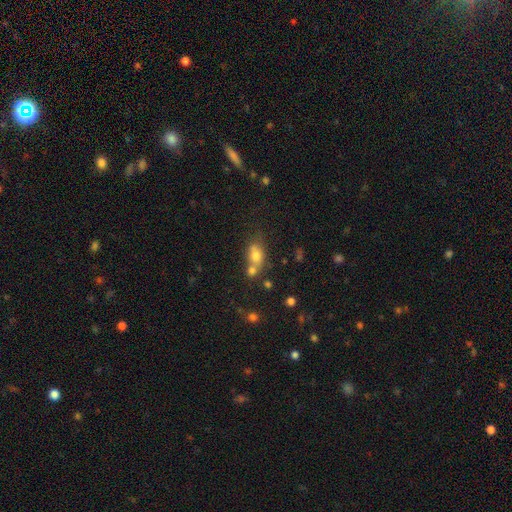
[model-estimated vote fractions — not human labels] A smooth galaxy with no disk features (72%) that is in between round and cigar-shaped (66%).

Vote fractions:
- Smooth or featured? smooth: 72% / featured or disk: 16% / star or artifact: 12%
- How rounded? in between: 66% / round: 30% / cigar-shaped: 4%
- Merging? merger: 49% / none: 32% / minor disturbance: 12% / major disturbance: 7%